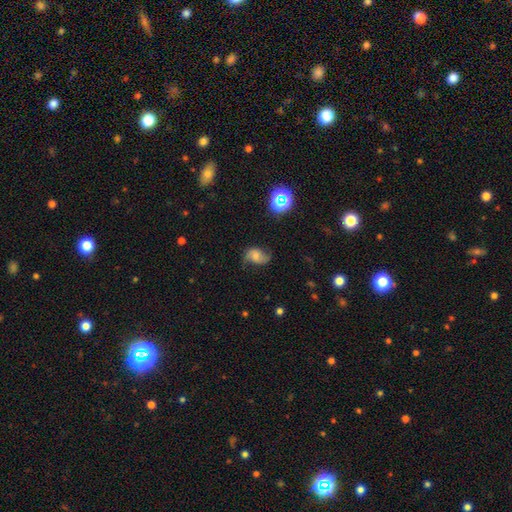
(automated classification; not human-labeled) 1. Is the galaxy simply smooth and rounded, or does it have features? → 49% featured or disk, 37% smooth, 14% star or artifact.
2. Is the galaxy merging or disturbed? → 58% none, 28% minor disturbance, 12% major disturbance, 2% merger.